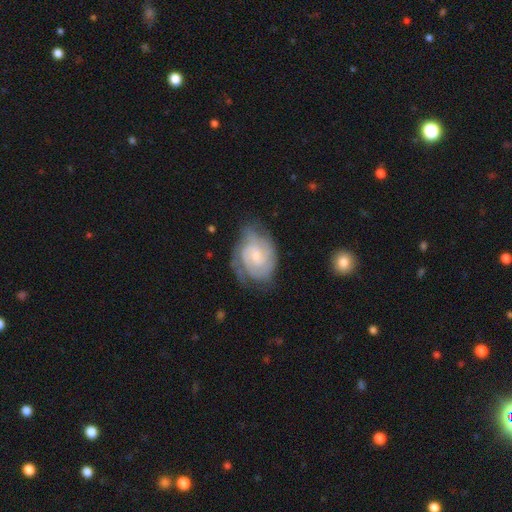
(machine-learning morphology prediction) Overall: featured or disk (82%). Edge-on disk: no (98%). Bar: no (55%; weak 40%). Spiral arms: yes (95%). Spiral arm count: 2 (43%; can't tell 25%). Spiral winding: tight (63%; medium 31%). Bulge size: small (57%; moderate 33%). Merging: none (62%; minor disturbance 26%).